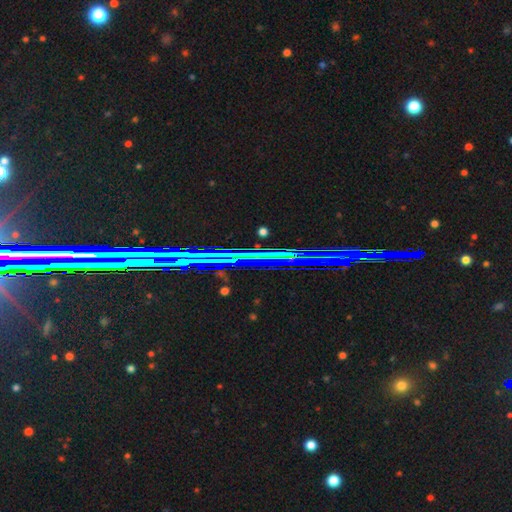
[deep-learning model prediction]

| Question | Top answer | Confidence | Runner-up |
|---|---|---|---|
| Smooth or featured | star or artifact | 79% | featured or disk (14%) |